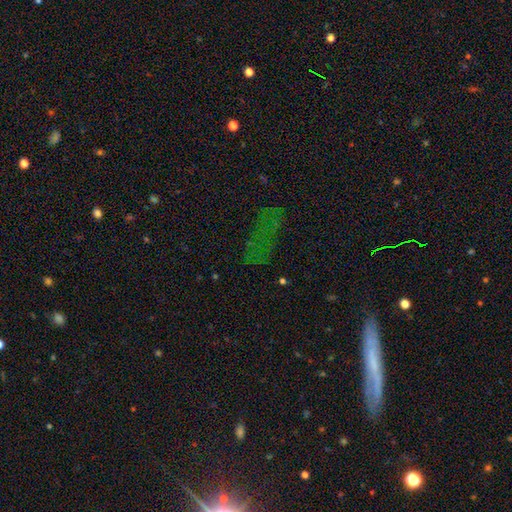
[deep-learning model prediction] Smooth or featured? Predicted: star or artifact (p=0.42).